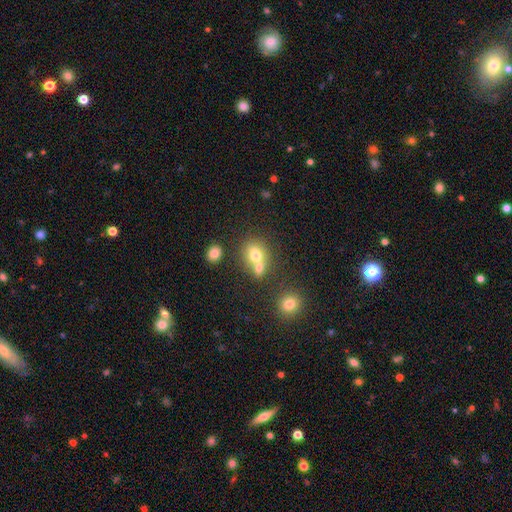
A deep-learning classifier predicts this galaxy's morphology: Q: Smooth or featured?
A: smooth (70%); runner-up: featured or disk (16%)
Q: How rounded?
A: round (67%); runner-up: in between (32%)
Q: Merging?
A: merger (48%); runner-up: none (39%)